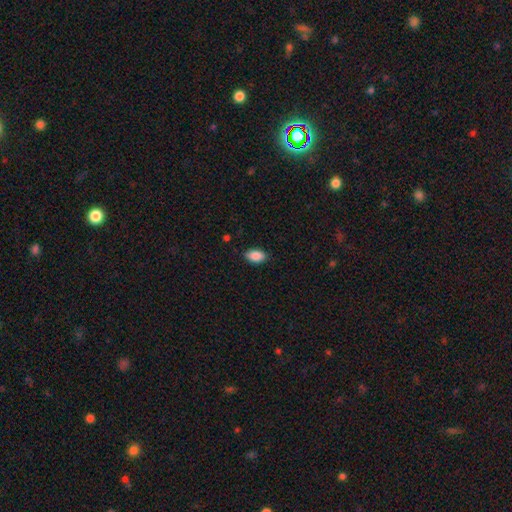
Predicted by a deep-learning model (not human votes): Smooth or featured: smooth — 88% (star or artifact — 7%)
How rounded: in between — 92% (round — 6%)
Merging: none — 86% (minor disturbance — 11%)